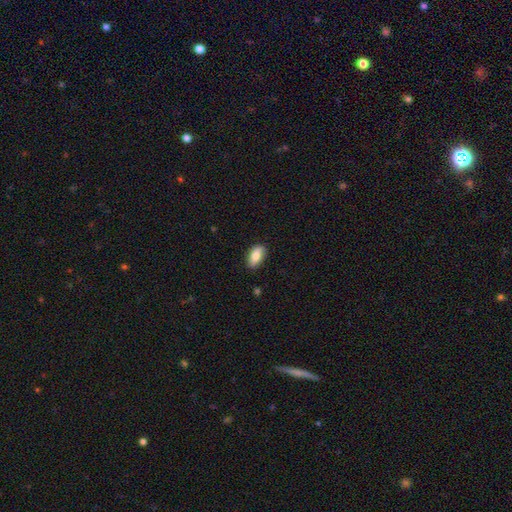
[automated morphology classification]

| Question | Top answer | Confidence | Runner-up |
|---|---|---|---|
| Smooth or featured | smooth | 81% | featured or disk (12%) |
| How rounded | in between | 91% | cigar-shaped (6%) |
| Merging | none | 84% | minor disturbance (12%) |